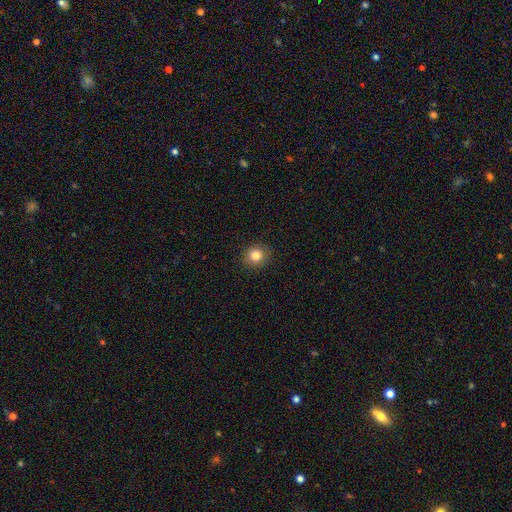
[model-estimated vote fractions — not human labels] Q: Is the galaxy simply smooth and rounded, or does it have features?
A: smooth — 82%.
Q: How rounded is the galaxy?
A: round — 89%.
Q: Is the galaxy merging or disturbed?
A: none — 91%.